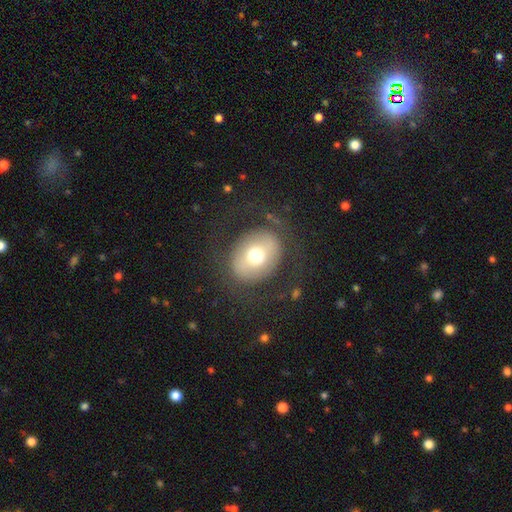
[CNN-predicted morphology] smooth-or-featured: smooth: 60% | featured or disk: 31% | star or artifact: 9%
  how-rounded: round: 50% | in between: 49% | cigar-shaped: 1%
  merging: none: 75% | minor disturbance: 12% | major disturbance: 12% | merger: 1%